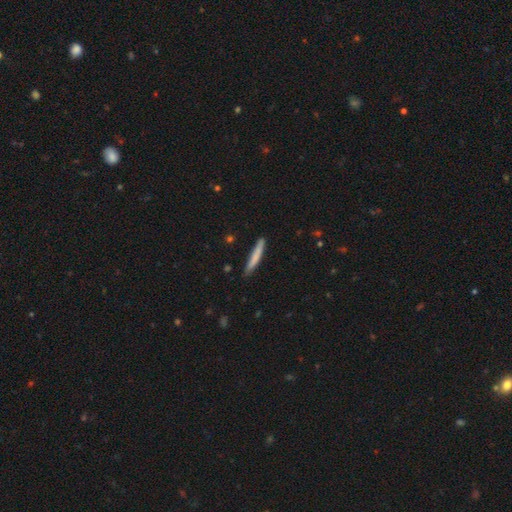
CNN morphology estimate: smooth_or_featured: smooth (p=0.74) [alt: featured or disk p=0.20]
how_rounded: cigar-shaped (p=0.95) [alt: in between p=0.03]
merging: none (p=0.84) [alt: minor disturbance p=0.12]